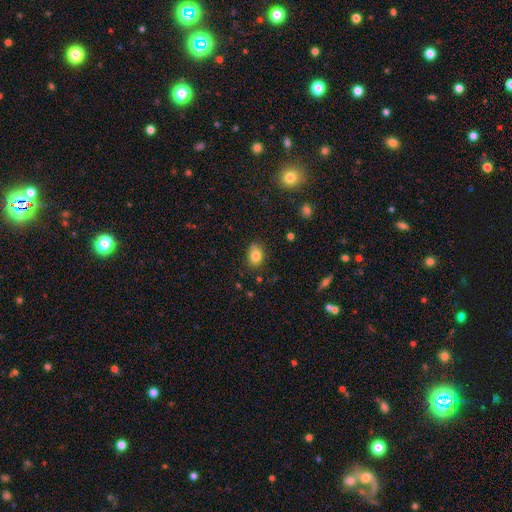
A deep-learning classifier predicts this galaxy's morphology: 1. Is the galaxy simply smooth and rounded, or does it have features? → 82% smooth, 10% star or artifact, 8% featured or disk.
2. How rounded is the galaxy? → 66% in between, 33% round, 1% cigar-shaped.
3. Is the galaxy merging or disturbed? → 72% none, 21% minor disturbance, 4% major disturbance, 3% merger.